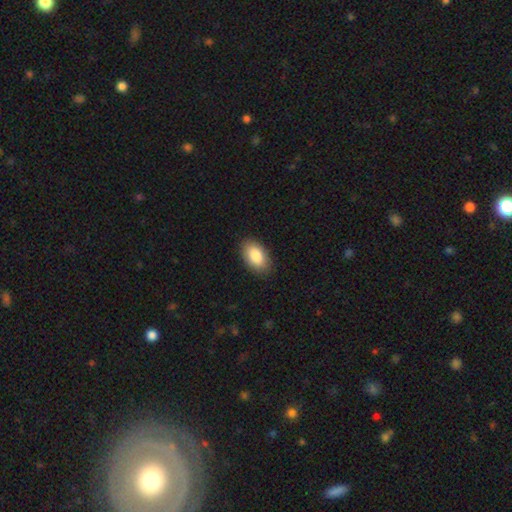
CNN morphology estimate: A smooth galaxy with no disk features (86%) that is in between round and cigar-shaped (93%). Merging: none (88%).